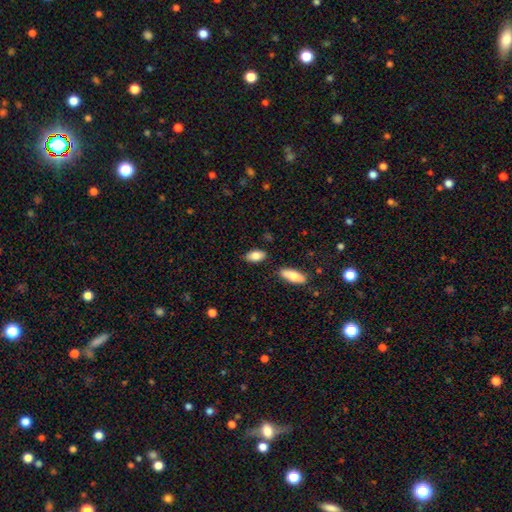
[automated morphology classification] Q: Smooth or featured?
A: smooth (84%); runner-up: featured or disk (10%)
Q: How rounded?
A: in between (92%); runner-up: cigar-shaped (5%)
Q: Merging?
A: none (83%); runner-up: minor disturbance (11%)